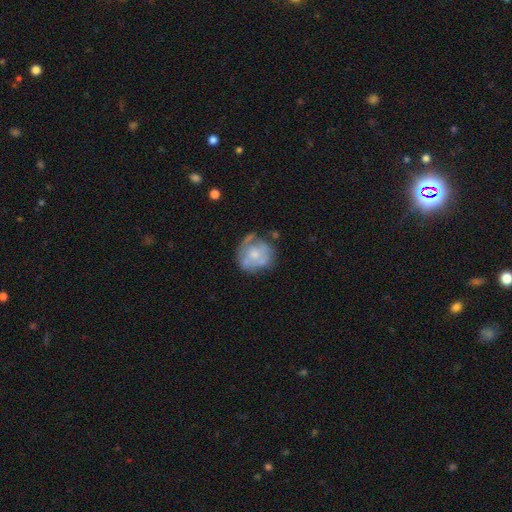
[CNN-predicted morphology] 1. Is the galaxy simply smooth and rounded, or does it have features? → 53% featured or disk, 40% smooth, 7% star or artifact.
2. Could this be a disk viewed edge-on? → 98% no, 2% yes.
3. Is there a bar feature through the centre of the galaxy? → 86% no, 11% weak, 2% strong.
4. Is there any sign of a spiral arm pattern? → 64% no, 36% yes.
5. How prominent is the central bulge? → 45% small, 41% moderate, 9% none, 4% large, 1% dominant.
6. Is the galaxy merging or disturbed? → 49% none, 27% minor disturbance, 17% major disturbance, 7% merger.